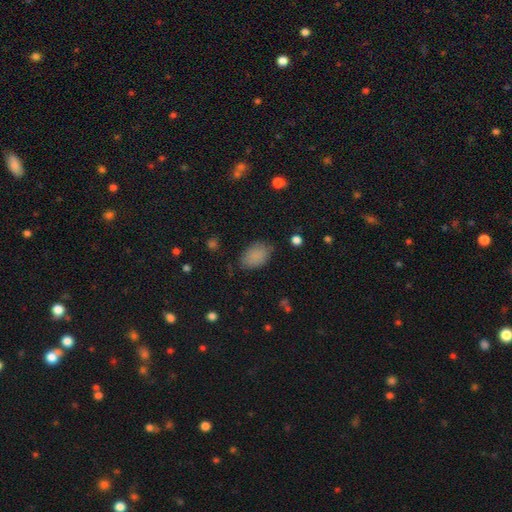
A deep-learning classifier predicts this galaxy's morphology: A smooth galaxy with no disk features (86%) that is in between round and cigar-shaped (87%). Merging: none (75%).